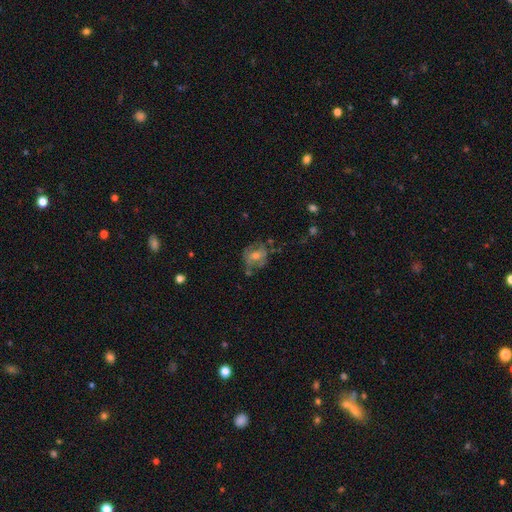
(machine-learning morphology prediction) Smooth or featured: featured or disk — 52% (smooth — 34%)
Edge-on disk: no — 95% (yes — 5%)
Merging: none — 58% (minor disturbance — 22%)